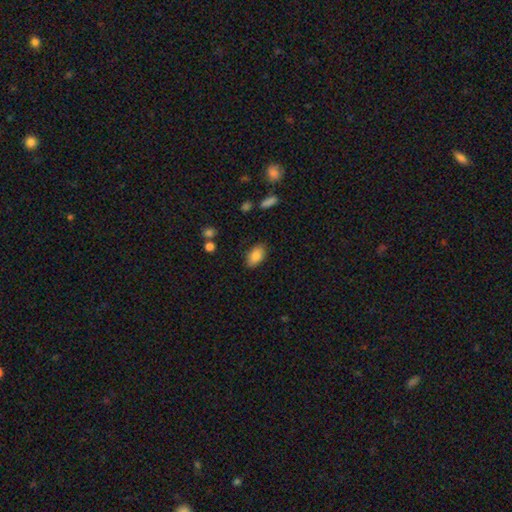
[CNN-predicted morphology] A smooth galaxy with no disk features (85%) that is in between round and cigar-shaped (93%).

Vote fractions:
- Smooth or featured? smooth: 85% / featured or disk: 7% / star or artifact: 7%
- How rounded? in between: 93% / round: 5% / cigar-shaped: 3%
- Merging? none: 84% / minor disturbance: 12% / major disturbance: 3% / merger: 2%